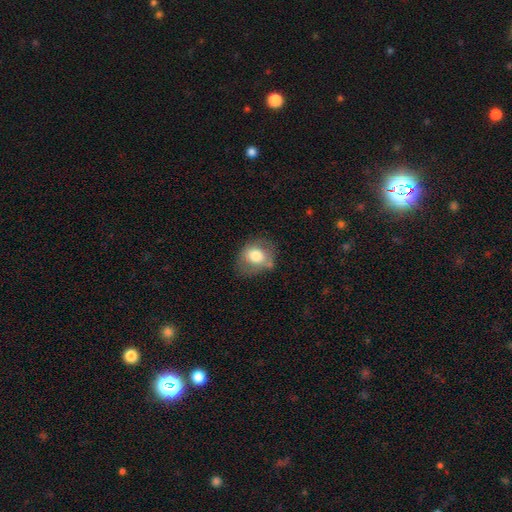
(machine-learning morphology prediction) type=smooth (72%); roundness=round (56%); merging=none (59%).